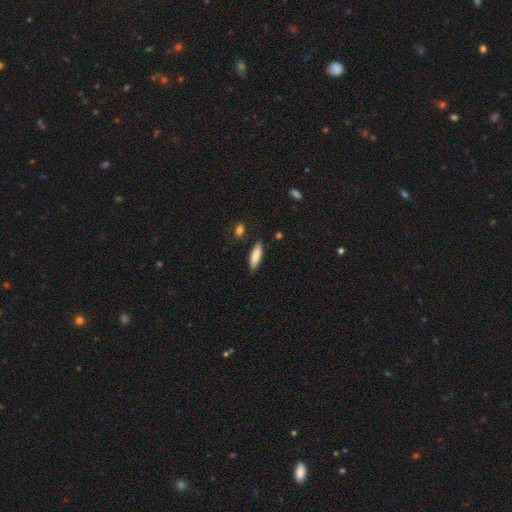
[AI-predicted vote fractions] The model was most divided on "how rounded": cigar-shaped: 55%, in between: 43%, round: 2%. More confident: merging — none (86%); smooth or featured — smooth (79%).